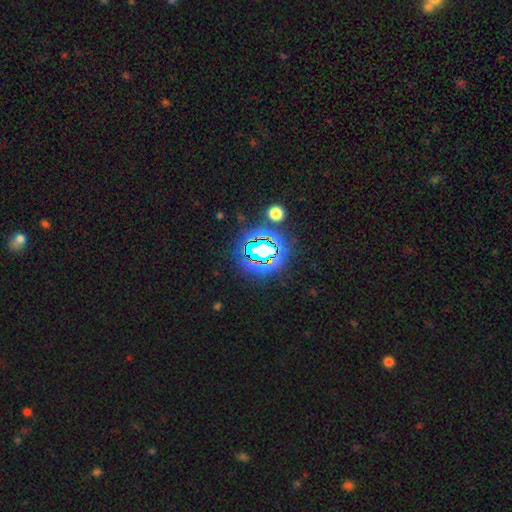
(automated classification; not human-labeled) smooth-or-featured: star or artifact: 78% | smooth: 12% | featured or disk: 9%